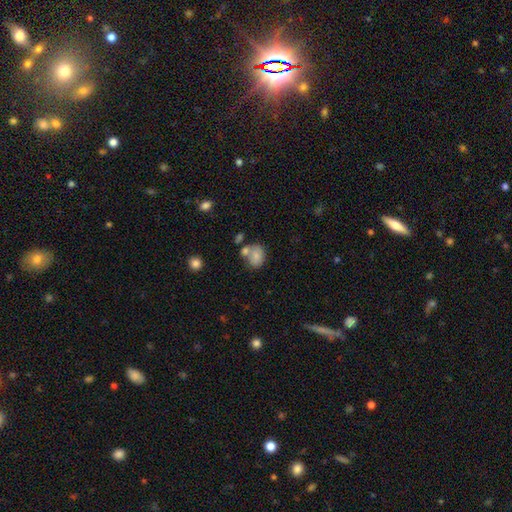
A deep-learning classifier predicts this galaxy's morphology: smooth 77%, featured or disk 14%, star or artifact 9%. Down the decision tree: how rounded — in between (58%); merging — none (42%).